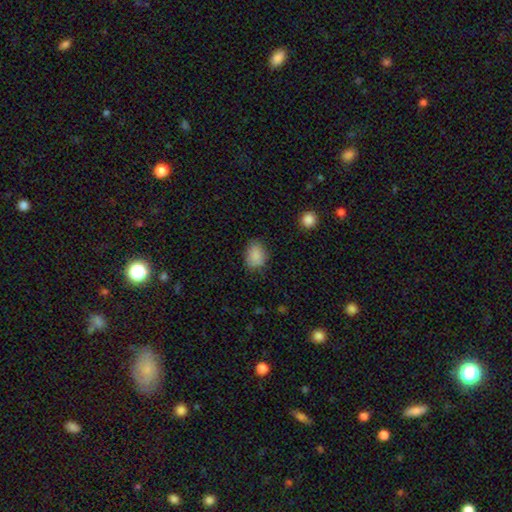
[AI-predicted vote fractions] smooth-or-featured: smooth: 85% | star or artifact: 9% | featured or disk: 5%
  how-rounded: in between: 66% | round: 33% | cigar-shaped: 1%
  merging: none: 72% | minor disturbance: 22% | major disturbance: 5% | merger: 1%